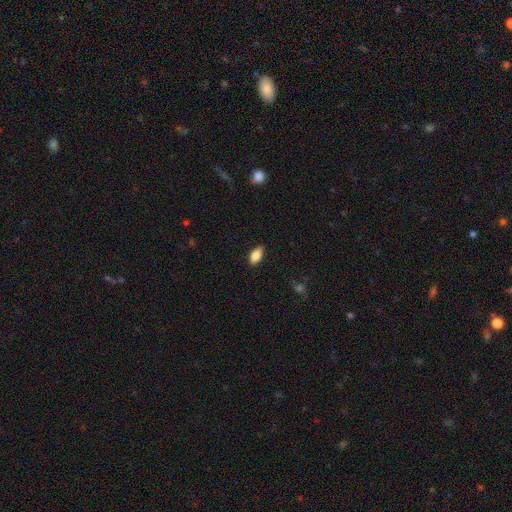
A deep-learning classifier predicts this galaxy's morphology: Smooth or featured: smooth — 82% (featured or disk — 11%)
How rounded: in between — 88% (cigar-shaped — 8%)
Merging: none — 84% (minor disturbance — 13%)